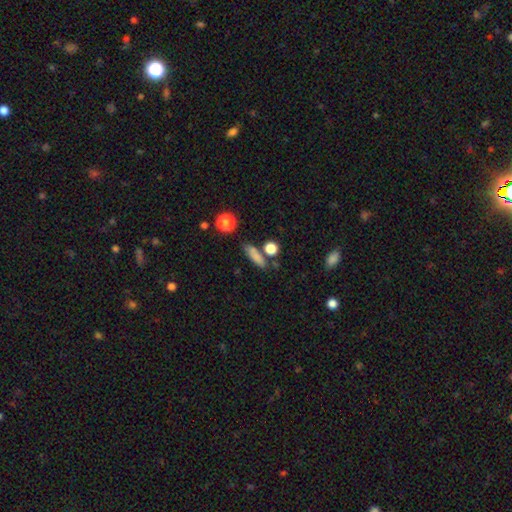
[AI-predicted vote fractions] Morphology: type=smooth (79%); roundness=cigar-shaped (56%); merging=none (72%).